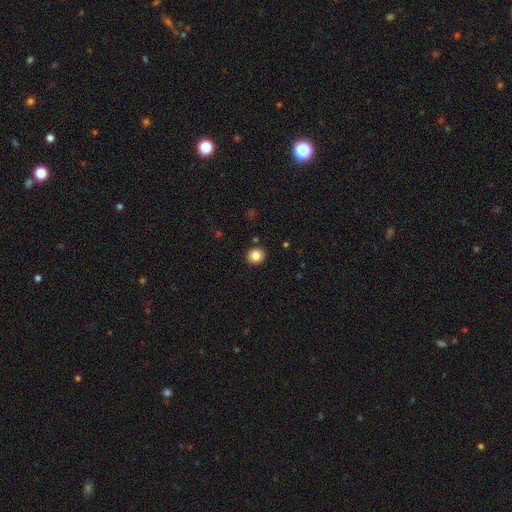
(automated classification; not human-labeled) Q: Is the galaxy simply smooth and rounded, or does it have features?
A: smooth — 85%.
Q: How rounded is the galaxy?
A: round — 83%.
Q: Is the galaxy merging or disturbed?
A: none — 90%.